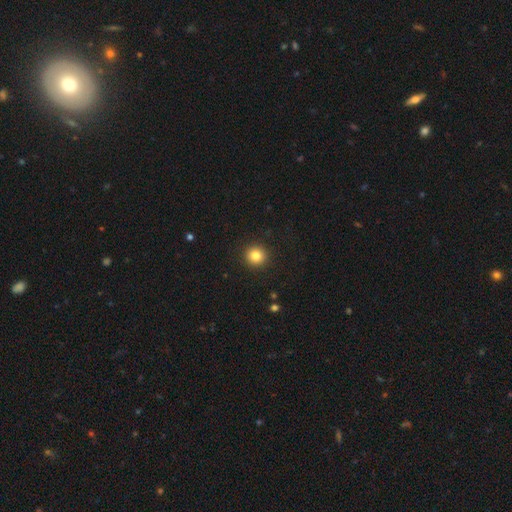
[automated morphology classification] This appears to be a smooth galaxy with no disk features (83%) that is round (94%). Merging: none (93%).